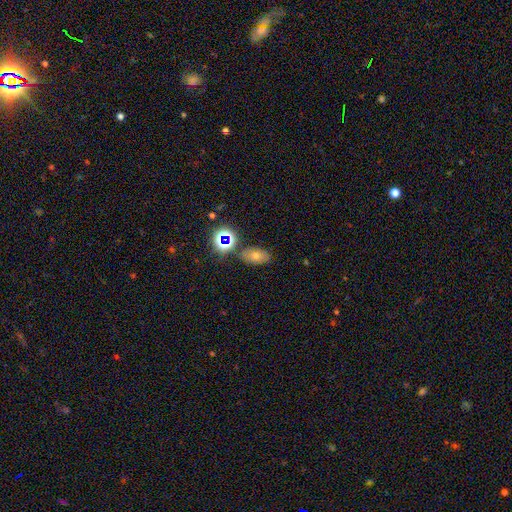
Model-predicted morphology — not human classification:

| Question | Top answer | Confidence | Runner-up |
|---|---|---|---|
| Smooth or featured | smooth | 51% | star or artifact (30%) |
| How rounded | in between | 81% | round (16%) |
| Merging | none | 79% | minor disturbance (12%) |